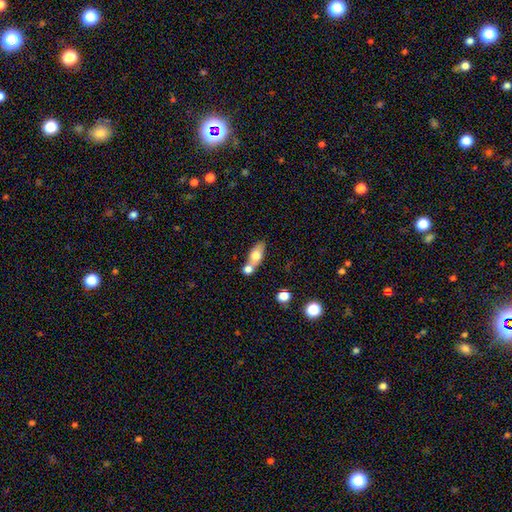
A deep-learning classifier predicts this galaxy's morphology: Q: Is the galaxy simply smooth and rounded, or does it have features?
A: smooth — 68%.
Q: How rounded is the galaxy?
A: in between — 72%.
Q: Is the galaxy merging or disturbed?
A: merger — 44%.